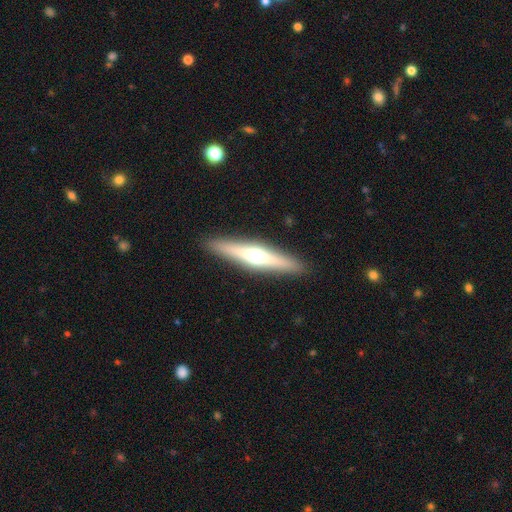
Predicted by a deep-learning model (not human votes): This appears to be a featured or disk galaxy (59%) viewed edge-on (94%) with a rounded central bulge (93%). Merging: none (91%).